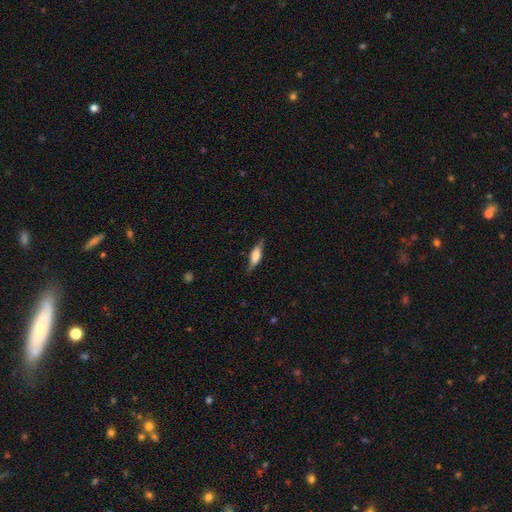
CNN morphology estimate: This appears to be a smooth galaxy with no disk features (54%) that is cigar-shaped (49%). Merging: none (78%).